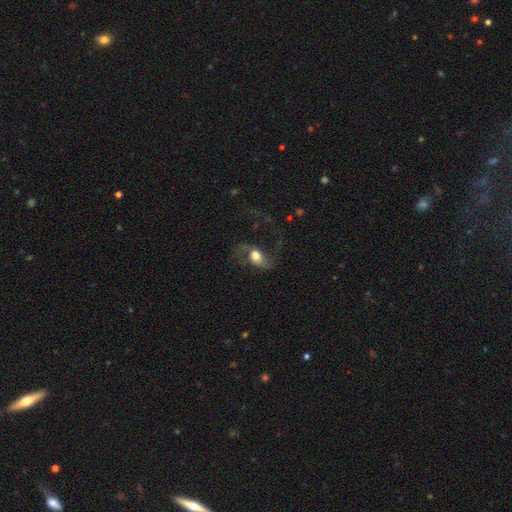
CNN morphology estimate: A featured or disk galaxy (63%) with no bar (61%), spiral arms (83%) and a large central bulge (43%).

Vote fractions:
- Smooth or featured? featured or disk: 63% / smooth: 29% / star or artifact: 8%
- Edge-on disk? no: 94% / yes: 6%
- Bar? no: 61% / weak: 28% / strong: 10%
- Spiral arms? yes: 83% / no: 17%
- Bulge size? large: 43% / moderate: 41% / dominant: 9% / small: 5% / none: 2%
- Merging? none: 44% / major disturbance: 37% / minor disturbance: 16% / merger: 3%